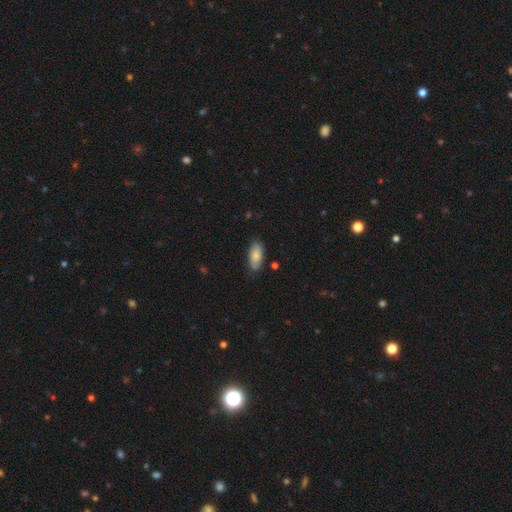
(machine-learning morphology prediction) Overall: smooth (80%). How rounded: in between (89%). Merging: none (79%).